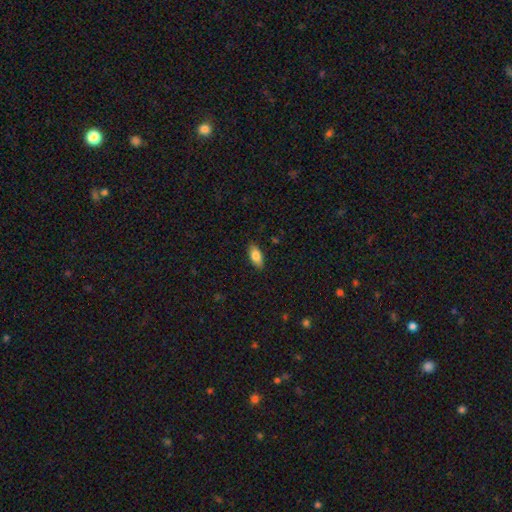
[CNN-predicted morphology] Overall: smooth (83%). How rounded: in between (88%). Merging: none (87%).